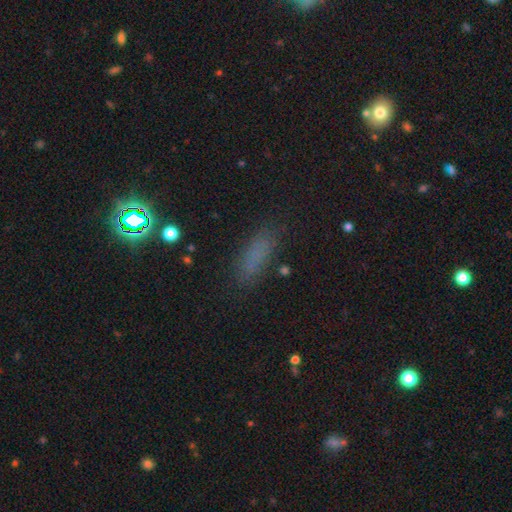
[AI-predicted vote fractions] Q: Smooth or featured?
A: smooth (68%); runner-up: star or artifact (23%)
Q: How rounded?
A: in between (50%); runner-up: cigar-shaped (45%)
Q: Merging?
A: none (81%); runner-up: minor disturbance (13%)